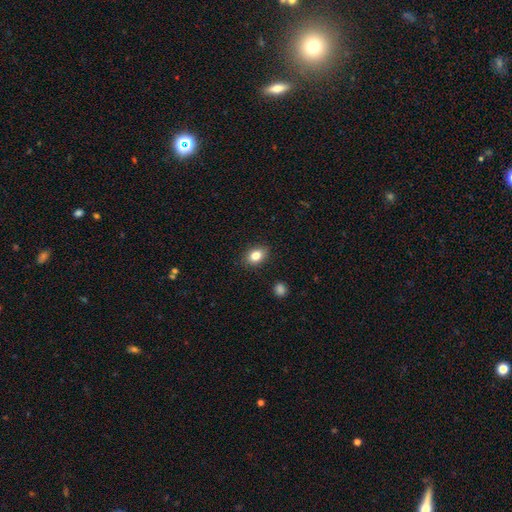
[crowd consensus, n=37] Smooth or featured? 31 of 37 (84%) said smooth. How rounded? 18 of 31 (58%) said in between. Merging? 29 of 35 (83%) said none.